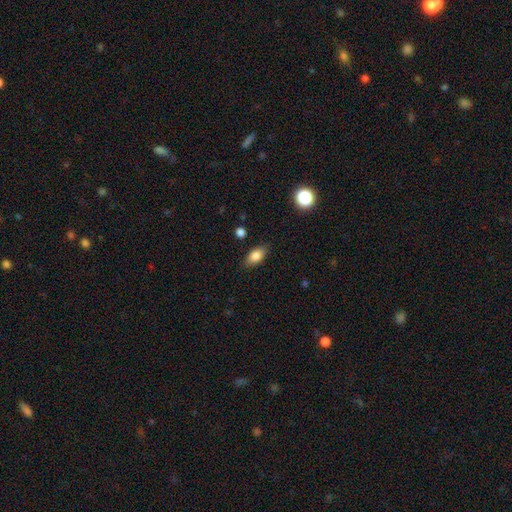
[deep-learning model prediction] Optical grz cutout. It shows a smooth galaxy with no disk features (81%) that is in between round and cigar-shaped (86%). Merging: none (85%).